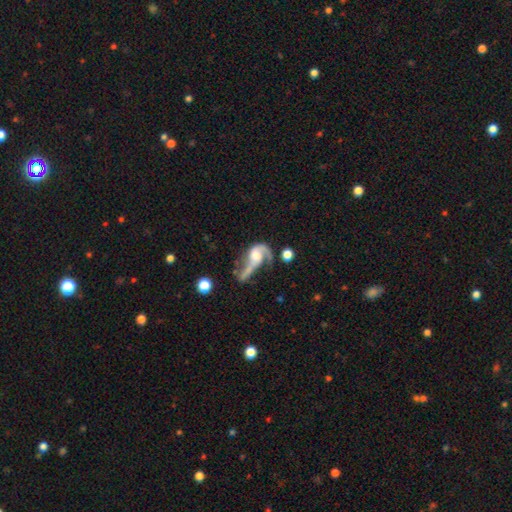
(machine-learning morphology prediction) smooth_or_featured: featured or disk (p=0.76) [alt: smooth p=0.16]
disk_edge_on: no (p=0.94) [alt: yes p=0.06]
bar: no (p=0.58) [alt: weak p=0.32]
has_spiral_arms: yes (p=0.88) [alt: no p=0.12]
spiral_winding: loose (p=0.67) [alt: medium p=0.26]
spiral_arm_count: 2 (p=0.72) [alt: 1 p=0.19]
bulge_size: moderate (p=0.40) [alt: small p=0.21]
merging: major disturbance (p=0.39) [alt: none p=0.25]